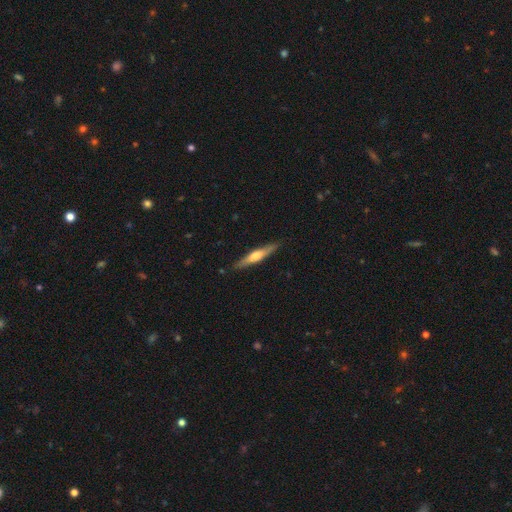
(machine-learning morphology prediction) featured or disk 57%, smooth 38%, star or artifact 5%. Down the decision tree: edge-on disk — yes (96%); edge-on bulge — rounded (86%); merging — none (88%).